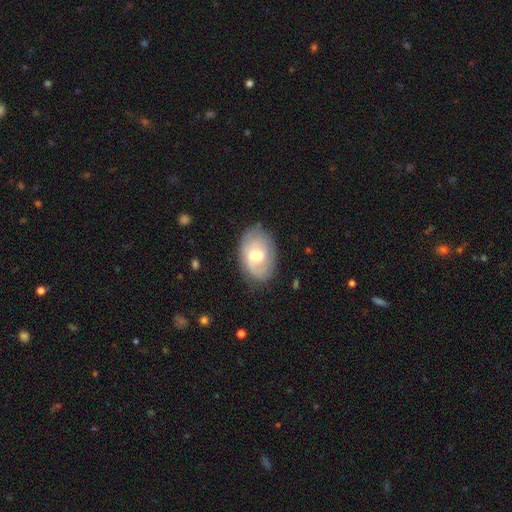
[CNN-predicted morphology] Q: Smooth or featured?
A: featured or disk (52%); runner-up: smooth (41%)
Q: Edge-on disk?
A: no (94%); runner-up: yes (6%)
Q: Merging?
A: none (72%); runner-up: minor disturbance (20%)